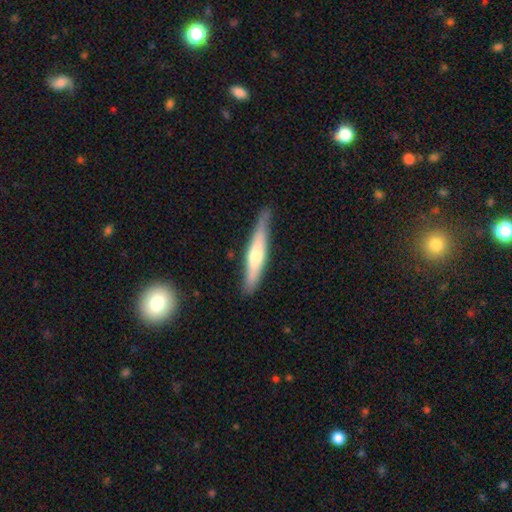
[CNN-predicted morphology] type=featured or disk (50%); merging=none (77%).